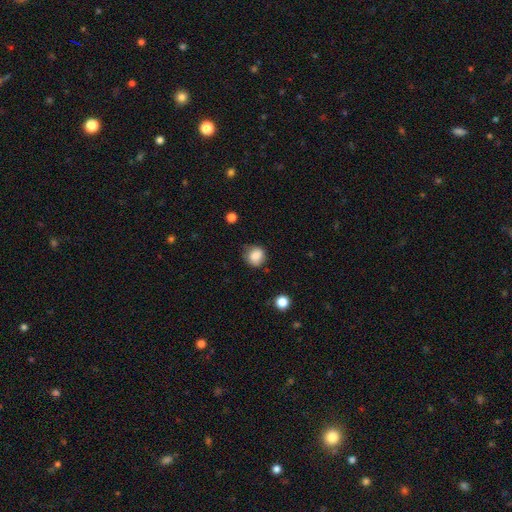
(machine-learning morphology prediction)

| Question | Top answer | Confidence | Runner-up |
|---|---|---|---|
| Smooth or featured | smooth | 85% | star or artifact (9%) |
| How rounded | round | 82% | in between (17%) |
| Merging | none | 72% | minor disturbance (21%) |